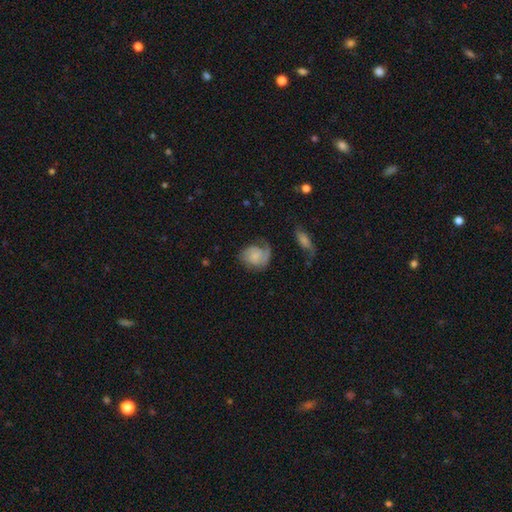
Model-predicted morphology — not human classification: smooth_or_featured: featured or disk (p=0.62) [alt: smooth p=0.31]
disk_edge_on: no (p=0.97) [alt: yes p=0.03]
bar: no (p=0.70) [alt: weak p=0.26]
has_spiral_arms: yes (p=0.91) [alt: no p=0.09]
spiral_winding: tight (p=0.41) [alt: medium p=0.37]
spiral_arm_count: 1 (p=0.43) [alt: 2 p=0.41]
bulge_size: small (p=0.46) [alt: none p=0.30]
merging: none (p=0.53) [alt: minor disturbance p=0.23]